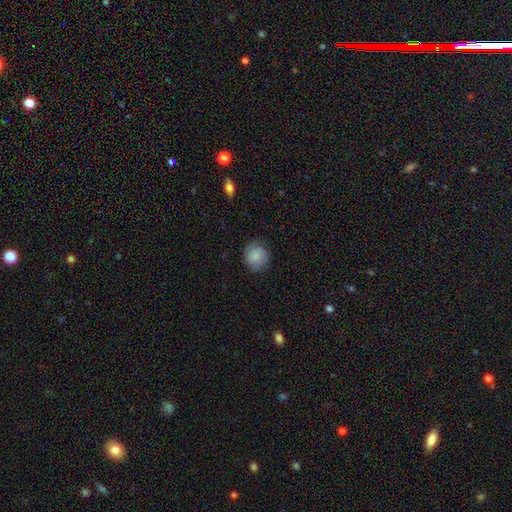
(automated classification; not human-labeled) smooth-or-featured: smooth: 81% | featured or disk: 11% | star or artifact: 8%
  how-rounded: round: 80% | in between: 19% | cigar-shaped: 1%
  merging: none: 76% | minor disturbance: 18% | major disturbance: 5% | merger: 1%